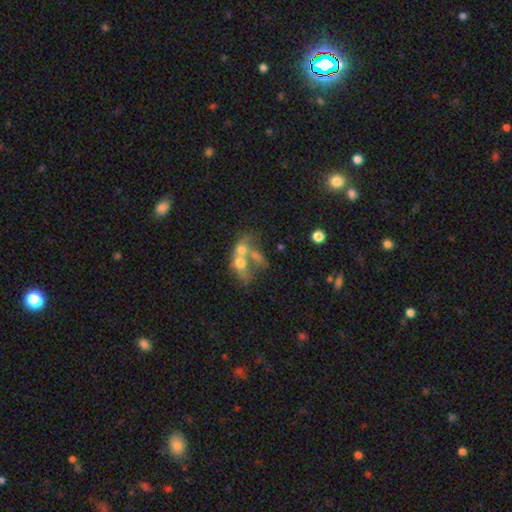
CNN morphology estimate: type=smooth (42%); merging=merger (64%).